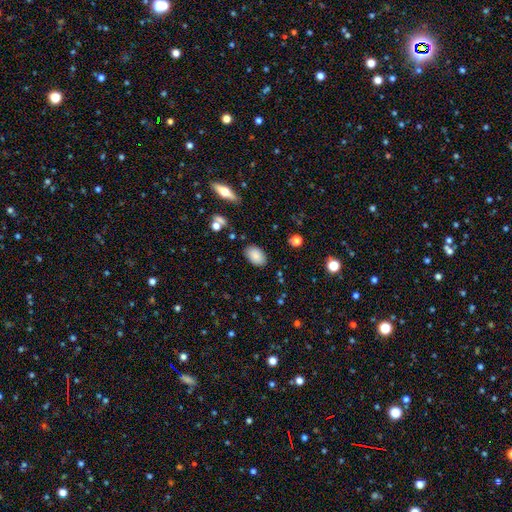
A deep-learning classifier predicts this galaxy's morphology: Smooth or featured? Predicted: smooth (p=0.85). How rounded? Predicted: in between (p=0.89). Merging? Predicted: none (p=0.86).